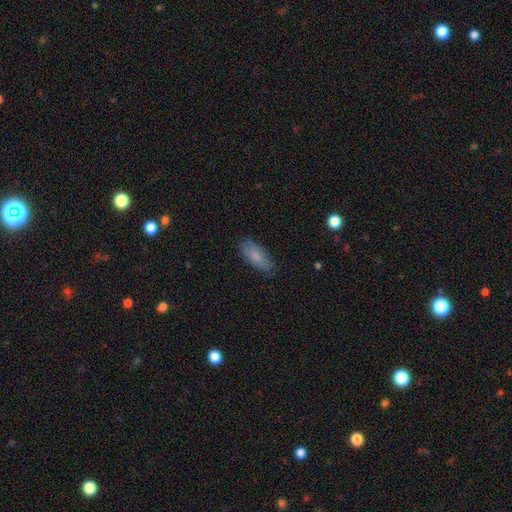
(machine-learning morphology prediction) smooth 83%, featured or disk 11%, star or artifact 6%. Down the decision tree: how rounded — in between (77%); merging — none (82%).